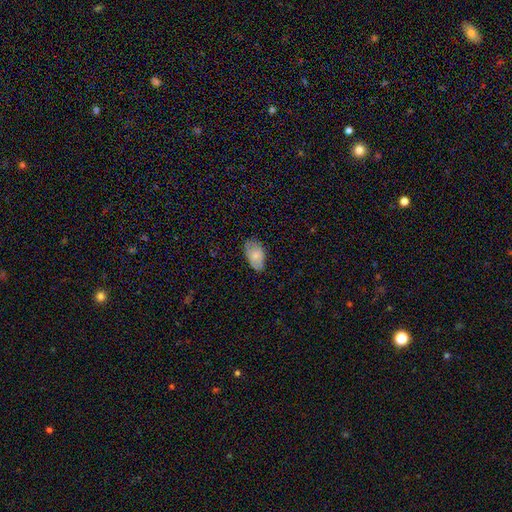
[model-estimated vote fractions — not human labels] Smooth or featured? Predicted: smooth (p=0.77). How rounded? Predicted: in between (p=0.93). Merging? Predicted: none (p=0.70).